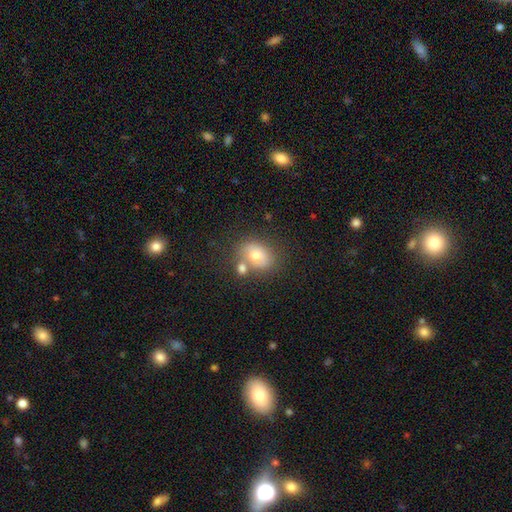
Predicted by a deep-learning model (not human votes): smooth-or-featured: smooth: 67% | featured or disk: 22% | star or artifact: 10%
  how-rounded: in between: 61% | round: 37% | cigar-shaped: 1%
  merging: none: 56% | merger: 24% | minor disturbance: 15% | major disturbance: 5%